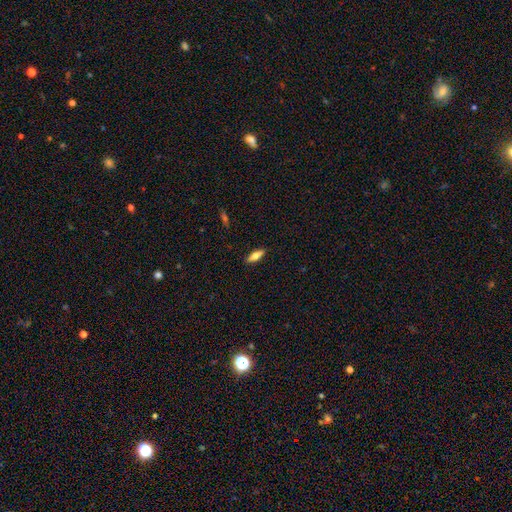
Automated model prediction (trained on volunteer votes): Smooth or featured? smooth (64%)
How rounded? in between (55%)
Merging? none (89%)